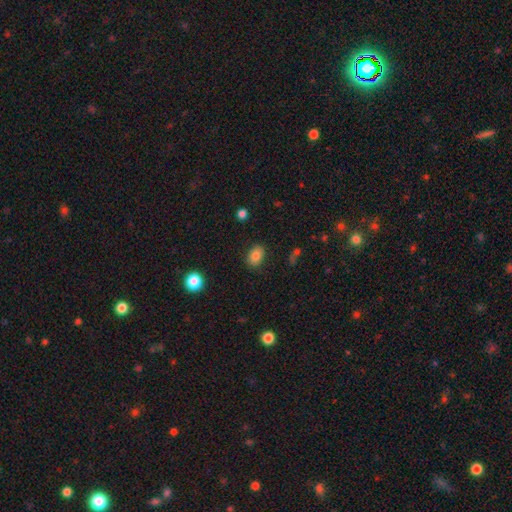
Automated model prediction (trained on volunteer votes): smooth_or_featured: smooth (p=0.83) [alt: star or artifact p=0.10]
how_rounded: in between (p=0.78) [alt: round p=0.21]
merging: none (p=0.85) [alt: minor disturbance p=0.10]